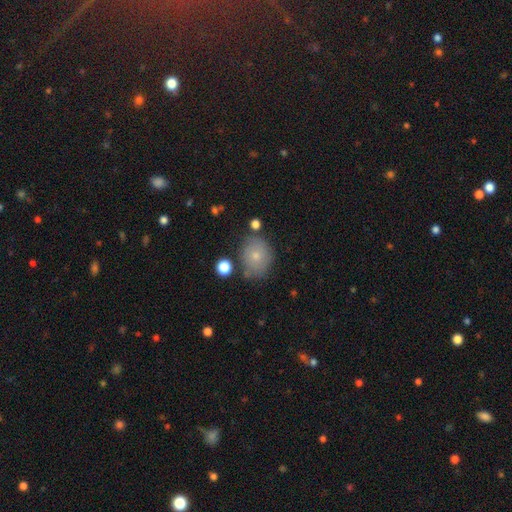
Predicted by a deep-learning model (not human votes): This is likely a smooth galaxy (73%). How rounded: possibly round (55%). Merging: likely none (72%).